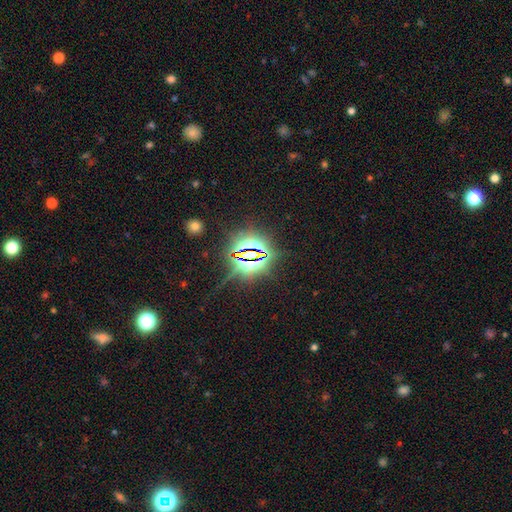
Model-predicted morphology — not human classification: Q: Smooth or featured?
A: star or artifact (81%); runner-up: smooth (12%)